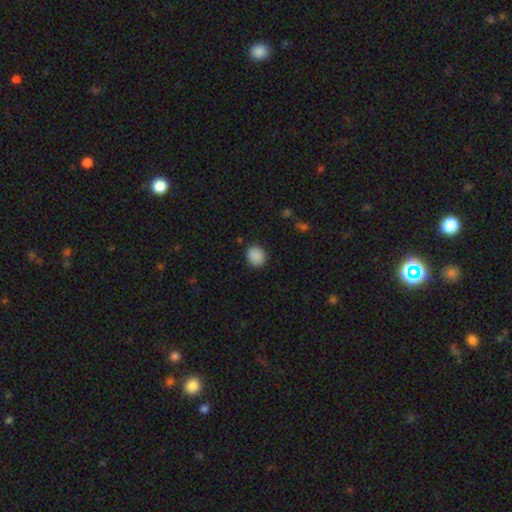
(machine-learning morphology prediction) Q: Smooth or featured?
A: smooth (89%); runner-up: star or artifact (8%)
Q: How rounded?
A: round (66%); runner-up: in between (33%)
Q: Merging?
A: none (87%); runner-up: minor disturbance (9%)